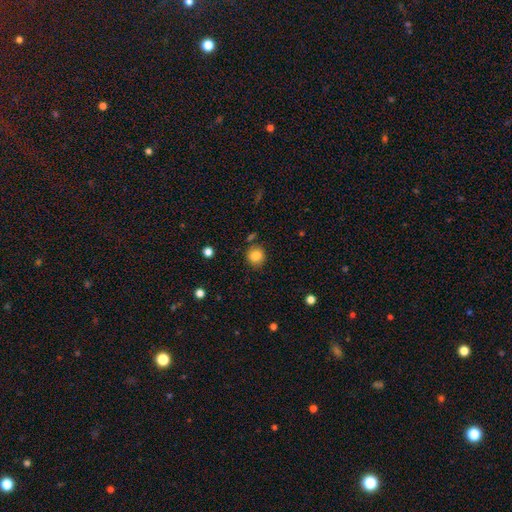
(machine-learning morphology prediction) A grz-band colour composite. It shows a smooth galaxy with no disk features (85%) that is round (89%). Merging: none (82%).